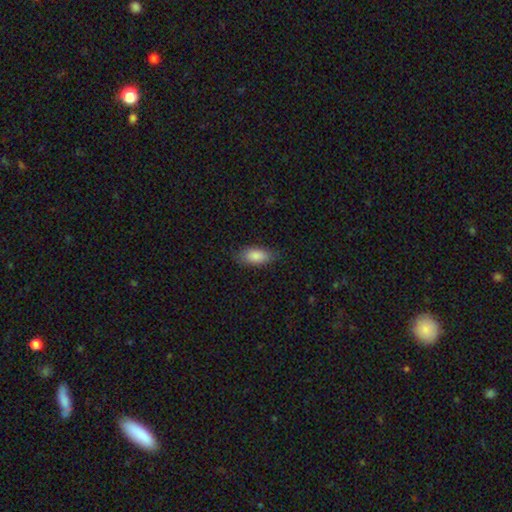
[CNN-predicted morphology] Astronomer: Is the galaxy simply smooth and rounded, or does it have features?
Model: smooth — 85%.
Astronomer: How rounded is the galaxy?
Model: in between — 87%.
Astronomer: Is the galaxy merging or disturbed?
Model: none — 80%.